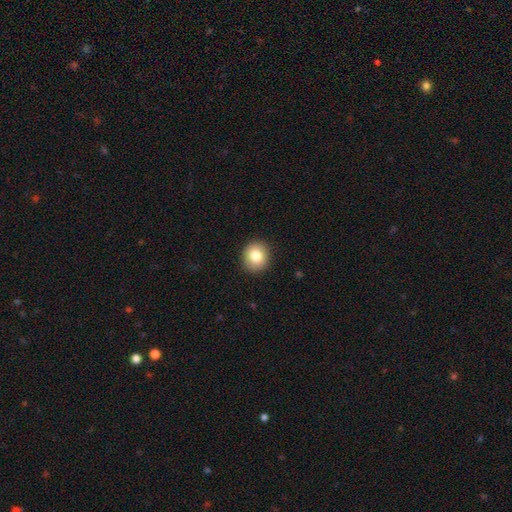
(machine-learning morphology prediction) This is clearly a smooth galaxy (82%). How rounded: clearly round (82%). Merging: clearly none (91%).